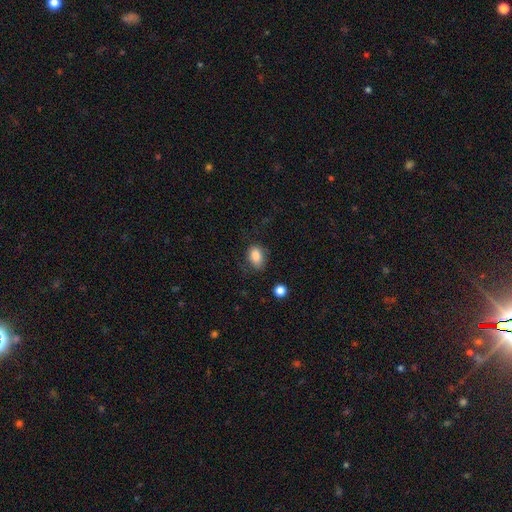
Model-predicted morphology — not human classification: A smooth galaxy with no disk features (84%) that is in between round and cigar-shaped (73%).

Vote fractions:
- Smooth or featured? smooth: 84% / star or artifact: 9% / featured or disk: 7%
- How rounded? in between: 73% / round: 25% / cigar-shaped: 1%
- Merging? none: 68% / minor disturbance: 23% / major disturbance: 8% / merger: 2%